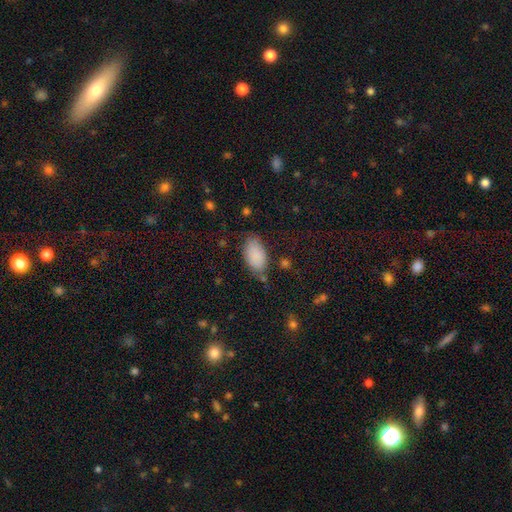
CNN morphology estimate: smooth-or-featured: smooth: 86% | star or artifact: 7% | featured or disk: 6%
  how-rounded: in between: 94% | round: 4% | cigar-shaped: 2%
  merging: none: 66% | minor disturbance: 24% | major disturbance: 7% | merger: 4%